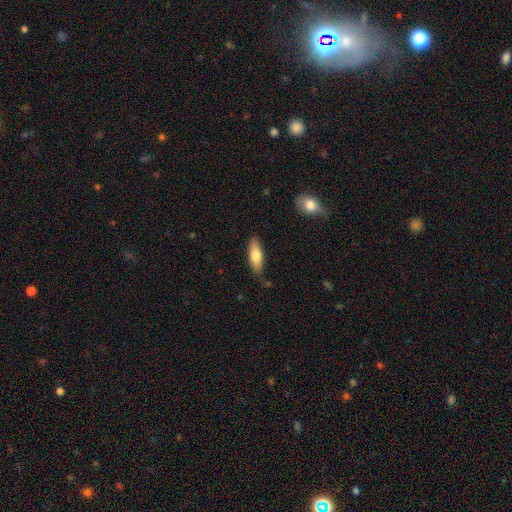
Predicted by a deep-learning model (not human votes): smooth_or_featured: smooth (p=0.71) [alt: featured or disk p=0.23]
how_rounded: in between (p=0.55) [alt: cigar-shaped p=0.42]
merging: none (p=0.81) [alt: minor disturbance p=0.14]